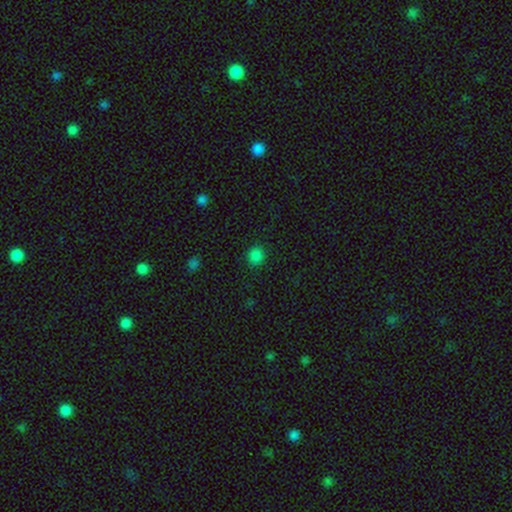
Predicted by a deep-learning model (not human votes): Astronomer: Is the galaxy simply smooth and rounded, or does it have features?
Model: smooth — 83%.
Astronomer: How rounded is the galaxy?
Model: round — 85%.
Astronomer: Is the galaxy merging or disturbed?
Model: none — 90%.